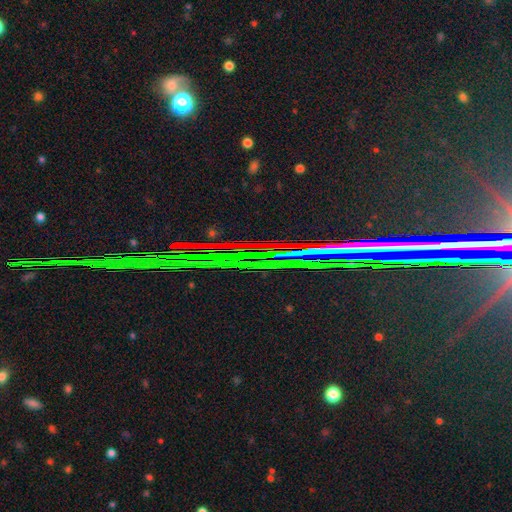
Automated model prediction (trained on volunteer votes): smooth-or-featured: star or artifact: 84% | featured or disk: 10% | smooth: 7%